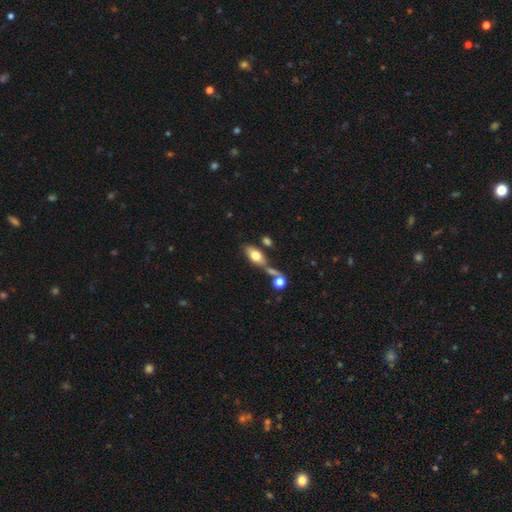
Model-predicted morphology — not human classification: This appears to be a smooth galaxy with no disk features (71%) that is in between round and cigar-shaped (87%). Merging: none (49%).